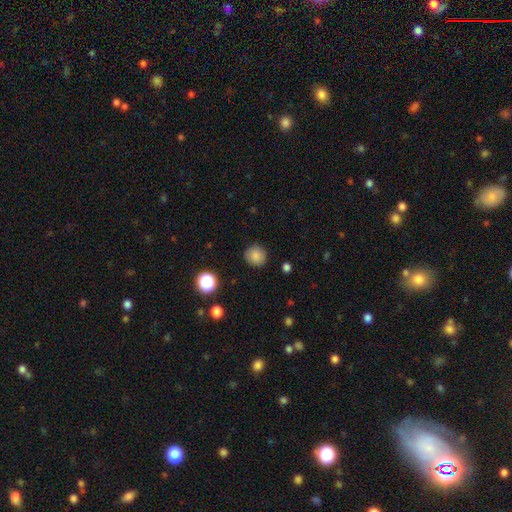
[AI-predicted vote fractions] smooth-or-featured: smooth: 85% | star or artifact: 11% | featured or disk: 4%
  how-rounded: round: 89% | in between: 10% | cigar-shaped: 1%
  merging: none: 89% | minor disturbance: 8% | major disturbance: 2% | merger: 1%